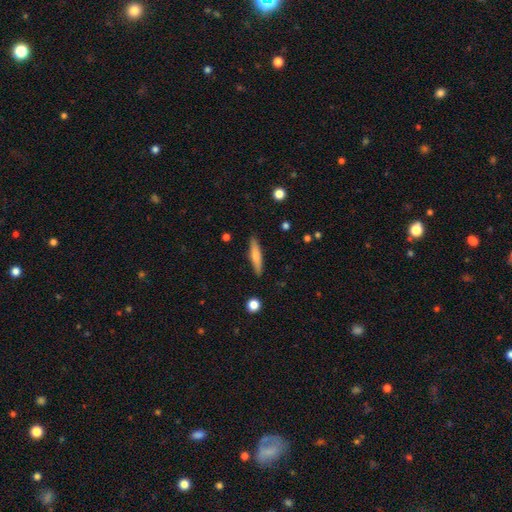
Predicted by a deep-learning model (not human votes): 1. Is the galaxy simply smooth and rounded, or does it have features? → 65% smooth, 29% featured or disk, 6% star or artifact.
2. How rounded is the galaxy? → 86% cigar-shaped, 12% in between, 2% round.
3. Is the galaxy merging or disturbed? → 89% none, 8% minor disturbance, 2% major disturbance, 1% merger.